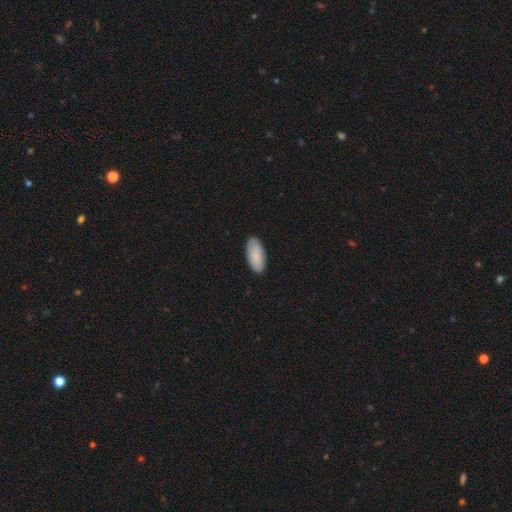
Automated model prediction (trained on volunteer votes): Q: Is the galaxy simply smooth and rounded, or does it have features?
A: smooth — 86%.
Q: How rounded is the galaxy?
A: in between — 91%.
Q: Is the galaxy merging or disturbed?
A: none — 86%.